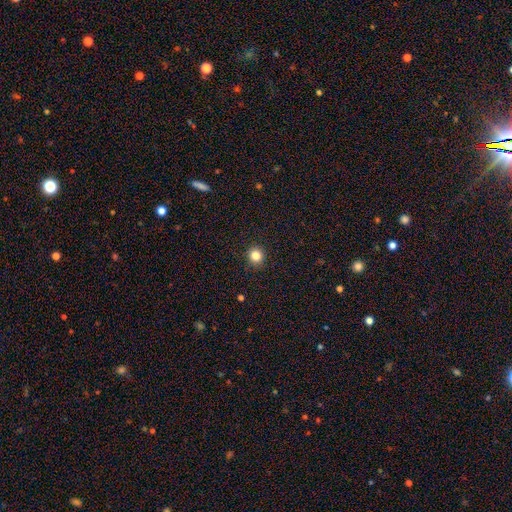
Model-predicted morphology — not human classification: A smooth galaxy with no disk features (83%) that is round (90%).

Vote fractions:
- Smooth or featured? smooth: 83% / star or artifact: 12% / featured or disk: 5%
- How rounded? round: 90% / in between: 9% / cigar-shaped: 1%
- Merging? none: 92% / minor disturbance: 5% / major disturbance: 2% / merger: 1%